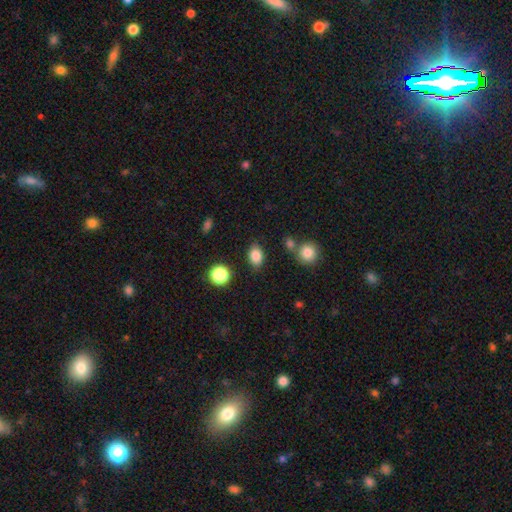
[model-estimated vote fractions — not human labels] Overall: smooth (84%). How rounded: in between (76%). Merging: none (80%).